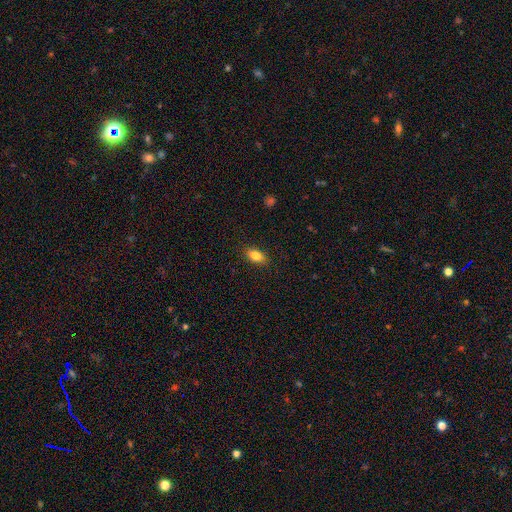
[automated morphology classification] This is clearly a smooth galaxy (83%). How rounded: clearly in between (88%). Merging: clearly none (88%).